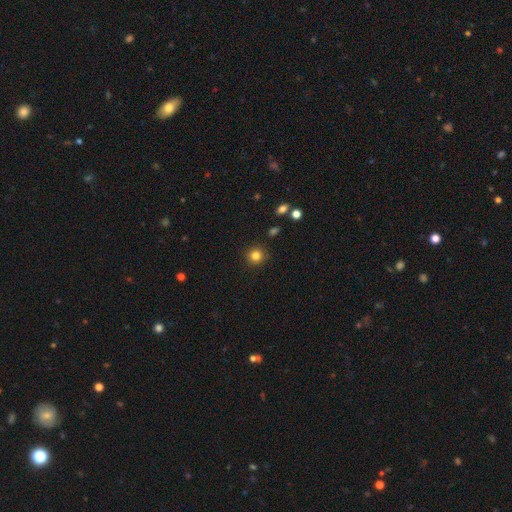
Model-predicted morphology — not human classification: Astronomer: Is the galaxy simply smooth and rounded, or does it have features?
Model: smooth — 82%.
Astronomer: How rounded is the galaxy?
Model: round — 92%.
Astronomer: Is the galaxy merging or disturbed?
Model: none — 90%.